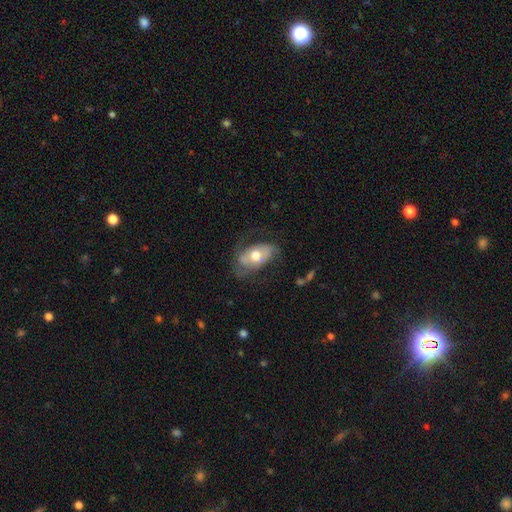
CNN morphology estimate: Smooth or featured: featured or disk — 54% (smooth — 40%)
Edge-on disk: no — 92% (yes — 8%)
Merging: none — 51% (minor disturbance — 25%)